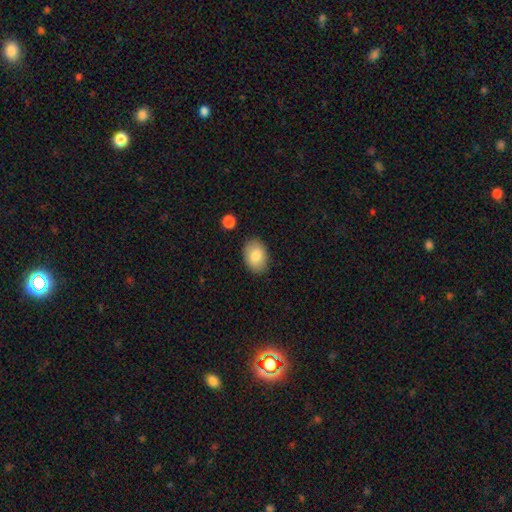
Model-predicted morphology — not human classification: smooth 84%, featured or disk 10%, star or artifact 6%. Down the decision tree: how rounded — in between (86%); merging — none (85%).